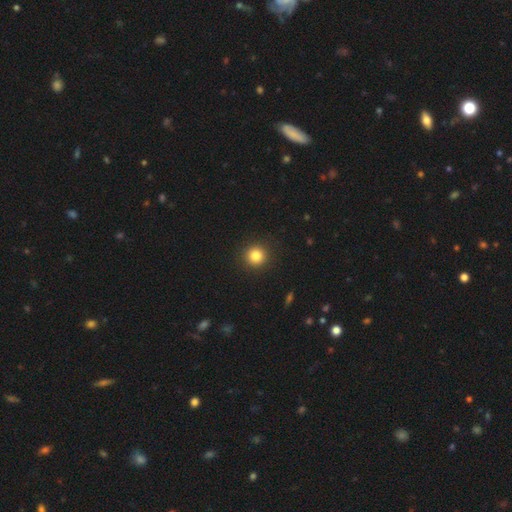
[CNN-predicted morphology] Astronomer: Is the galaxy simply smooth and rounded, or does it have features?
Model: smooth — 83%.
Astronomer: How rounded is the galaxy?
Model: round — 95%.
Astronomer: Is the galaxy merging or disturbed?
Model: none — 92%.